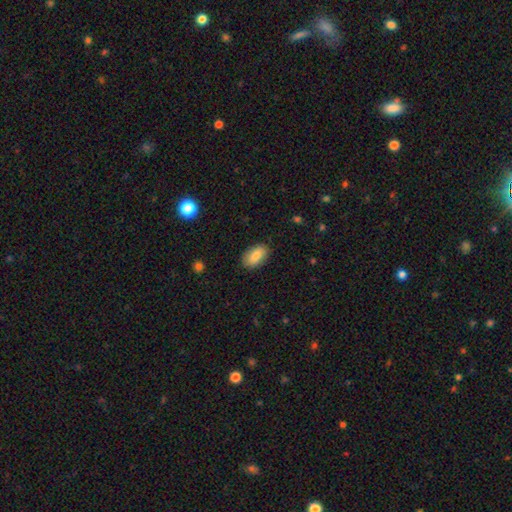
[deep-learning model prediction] A smooth galaxy with no disk features (83%) that is in between round and cigar-shaped (93%).

Vote fractions:
- Smooth or featured? smooth: 83% / featured or disk: 10% / star or artifact: 7%
- How rounded? in between: 93% / round: 5% / cigar-shaped: 2%
- Merging? none: 86% / minor disturbance: 10% / major disturbance: 2% / merger: 1%